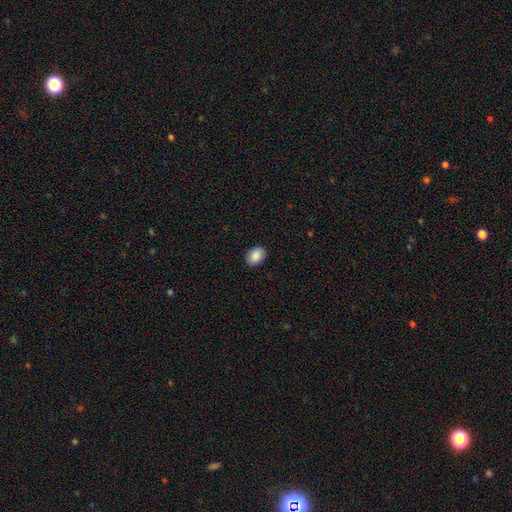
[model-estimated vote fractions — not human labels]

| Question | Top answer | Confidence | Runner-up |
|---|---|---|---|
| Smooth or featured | smooth | 89% | star or artifact (7%) |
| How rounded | in between | 76% | round (23%) |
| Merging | none | 90% | minor disturbance (7%) |